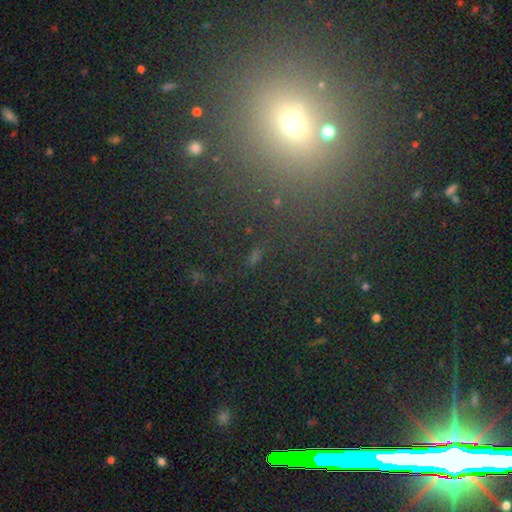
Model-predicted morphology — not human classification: Smooth or featured: star or artifact — 51% (smooth — 36%)